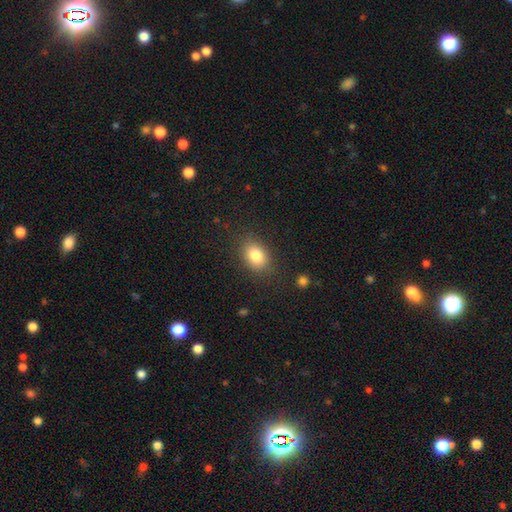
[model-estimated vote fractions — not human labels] Smooth or featured? Predicted: smooth (p=0.83). How rounded? Predicted: in between (p=0.72). Merging? Predicted: none (p=0.82).